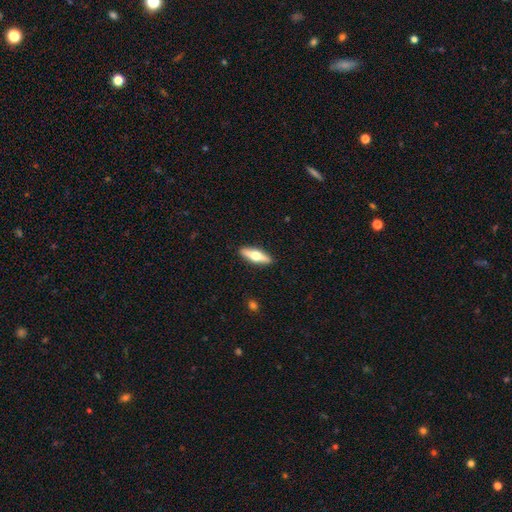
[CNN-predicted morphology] Smooth or featured: featured or disk — 53% (smooth — 42%)
Edge-on disk: yes — 93% (no — 7%)
Merging: none — 91% (minor disturbance — 6%)